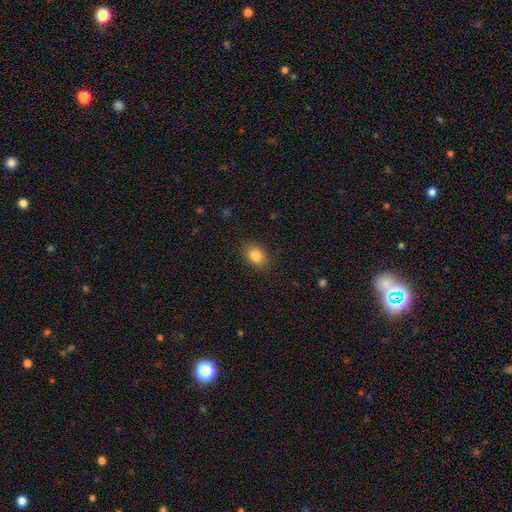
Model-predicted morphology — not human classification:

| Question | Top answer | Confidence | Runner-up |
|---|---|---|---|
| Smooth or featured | smooth | 84% | star or artifact (10%) |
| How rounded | in between | 58% | round (41%) |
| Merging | none | 88% | minor disturbance (9%) |